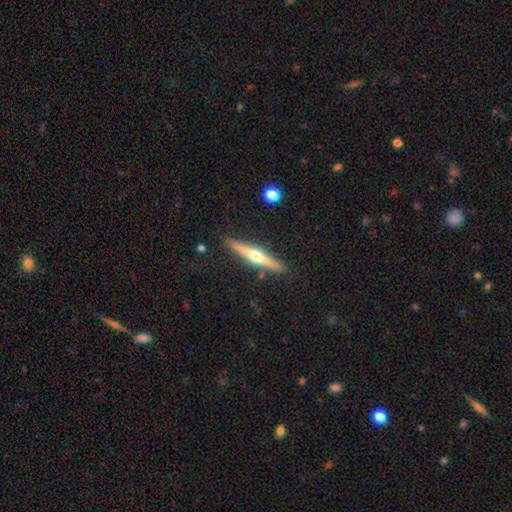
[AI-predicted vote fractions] smooth_or_featured: featured or disk (p=0.68) [alt: smooth p=0.27]
disk_edge_on: yes (p=0.97) [alt: no p=0.03]
edge_on_bulge: rounded (p=0.92) [alt: none p=0.05]
merging: none (p=0.89) [alt: minor disturbance p=0.08]